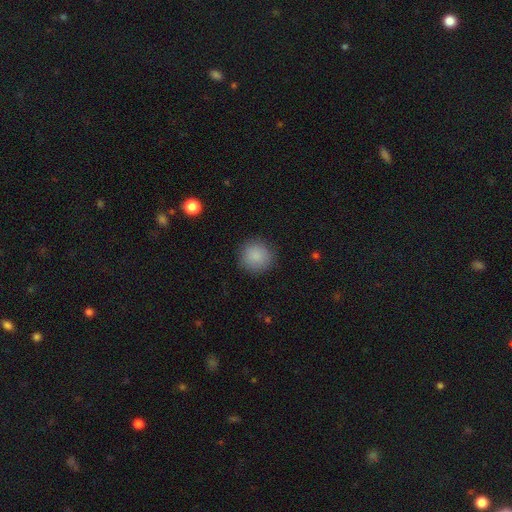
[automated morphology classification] smooth-or-featured: smooth: 88% | star or artifact: 8% | featured or disk: 4%
  how-rounded: round: 94% | in between: 5% | cigar-shaped: 1%
  merging: none: 89% | minor disturbance: 8% | major disturbance: 3% | merger: 1%